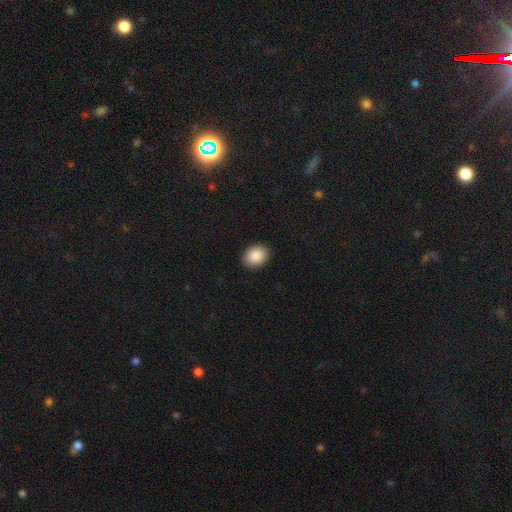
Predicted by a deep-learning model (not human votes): A smooth galaxy with no disk features (89%) that is in between round and cigar-shaped (56%).

Vote fractions:
- Smooth or featured? smooth: 89% / star or artifact: 7% / featured or disk: 4%
- How rounded? in between: 56% / round: 43% / cigar-shaped: 1%
- Merging? none: 90% / minor disturbance: 7% / major disturbance: 2% / merger: 1%